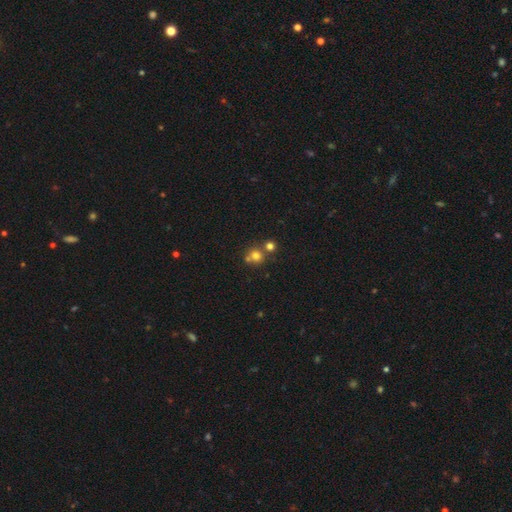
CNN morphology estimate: Smooth or featured: smooth — 72% (star or artifact — 17%)
How rounded: round — 88% (in between — 11%)
Merging: none — 56% (merger — 33%)